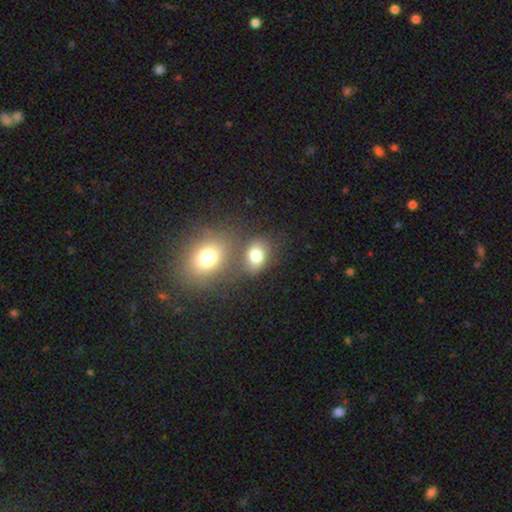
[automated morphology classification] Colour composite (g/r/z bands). It shows a smooth galaxy with no disk features (76%) that is in between round and cigar-shaped (62%). Merging: none (55%).